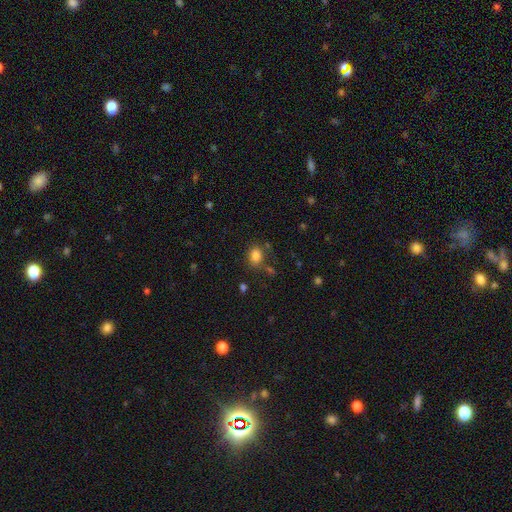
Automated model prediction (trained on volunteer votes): Smooth or featured? Predicted: smooth (p=0.83). How rounded? Predicted: in between (p=0.65). Merging? Predicted: none (p=0.76).